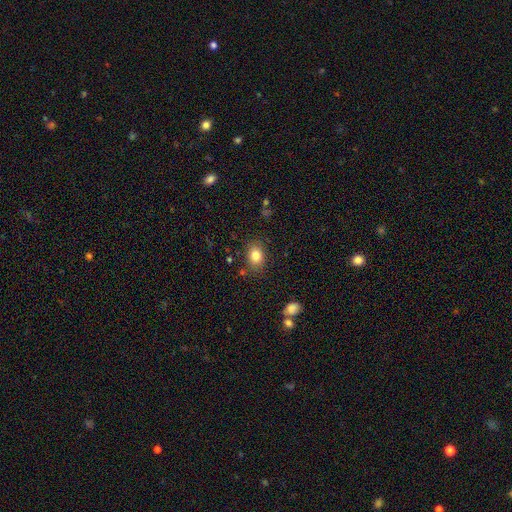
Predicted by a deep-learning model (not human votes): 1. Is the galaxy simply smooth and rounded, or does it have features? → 83% smooth, 10% star or artifact, 8% featured or disk.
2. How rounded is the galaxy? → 64% in between, 35% round, 1% cigar-shaped.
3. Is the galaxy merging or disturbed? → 82% none, 12% minor disturbance, 3% major disturbance, 3% merger.